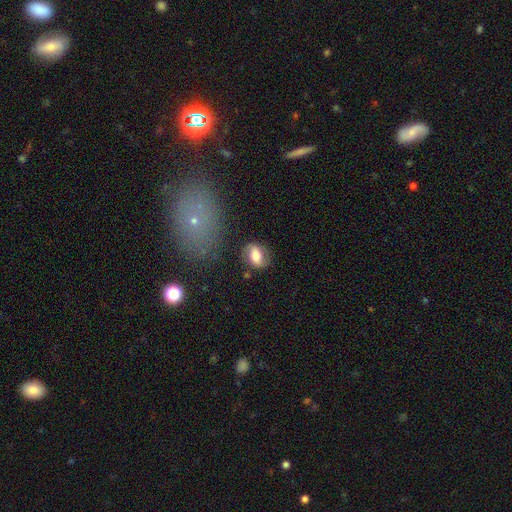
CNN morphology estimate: Q: Smooth or featured?
A: smooth (54%); runner-up: featured or disk (37%)
Q: How rounded?
A: in between (70%); runner-up: round (27%)
Q: Merging?
A: none (76%); runner-up: minor disturbance (16%)